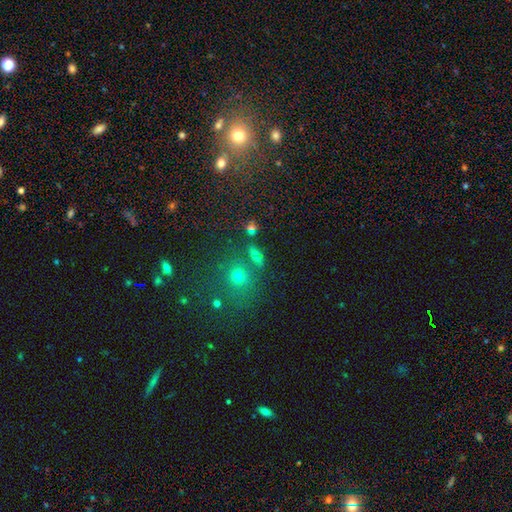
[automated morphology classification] Smooth or featured? Predicted: smooth (p=0.63). How rounded? Predicted: in between (p=0.51). Merging? Predicted: none (p=0.65).